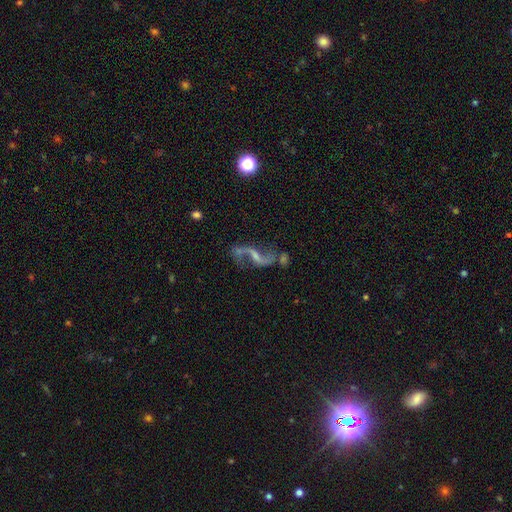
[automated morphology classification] A featured or disk galaxy (86%) with a weak bar (45%), 2 (93%) loose (84%) spiral arms (94%) and a small central bulge (53%).

Vote fractions:
- Smooth or featured? featured or disk: 86% / star or artifact: 8% / smooth: 6%
- Edge-on disk? no: 95% / yes: 5%
- Bar? weak: 45% / no: 32% / strong: 23%
- Spiral arms? yes: 94% / no: 6%
- Spiral winding? loose: 84% / medium: 12% / tight: 4%
- Spiral arm count? 2: 93% / 1: 3% / can't tell: 2% / 3: 1% / 4: 1% / more than 4: 1%
- Bulge size? small: 53% / moderate: 23% / none: 21% / large: 2% / dominant: 1%
- Merging? none: 63% / minor disturbance: 16% / major disturbance: 12% / merger: 10%